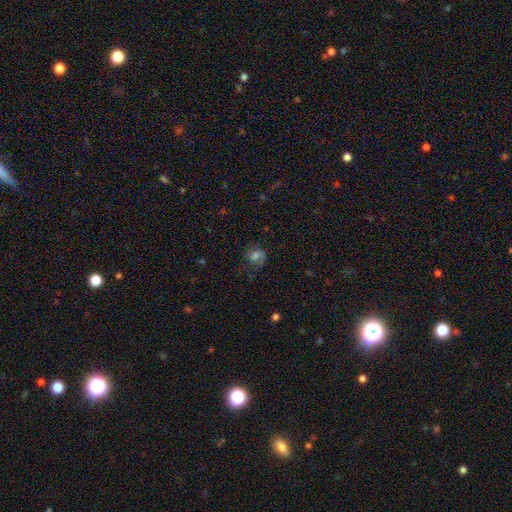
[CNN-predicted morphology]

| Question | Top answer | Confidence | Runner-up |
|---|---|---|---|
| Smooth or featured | smooth | 47% | featured or disk (40%) |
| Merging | none | 53% | minor disturbance (23%) |